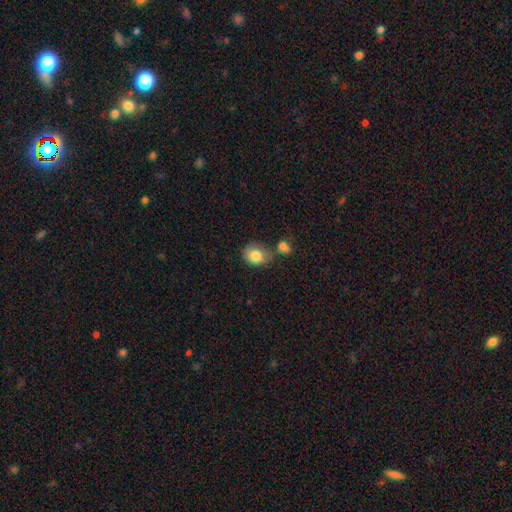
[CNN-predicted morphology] smooth 82%, featured or disk 10%, star or artifact 8%. Down the decision tree: how rounded — round (51%); merging — none (52%).